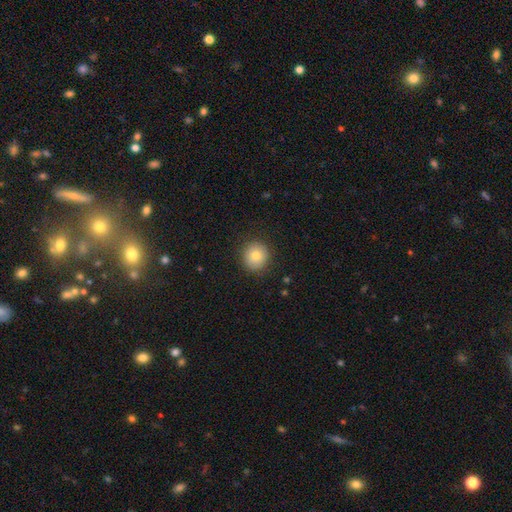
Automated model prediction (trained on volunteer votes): smooth-or-featured: smooth: 79% | star or artifact: 11% | featured or disk: 11%
  how-rounded: round: 90% | in between: 9% | cigar-shaped: 1%
  merging: none: 88% | minor disturbance: 8% | major disturbance: 3% | merger: 1%